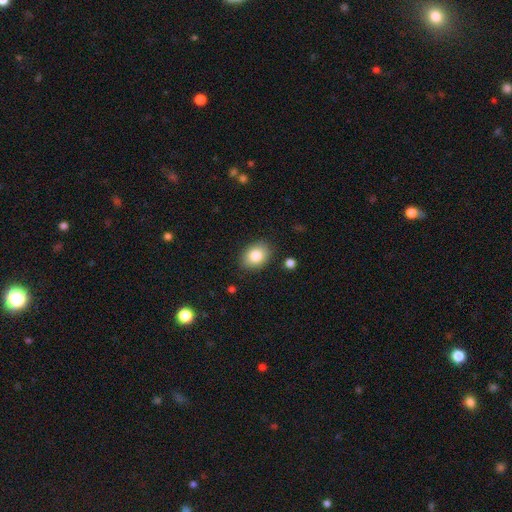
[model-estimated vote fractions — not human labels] The model was most divided on "how rounded": in between: 71%, round: 28%, cigar-shaped: 1%. More confident: merging — none (85%); smooth or featured — smooth (84%).